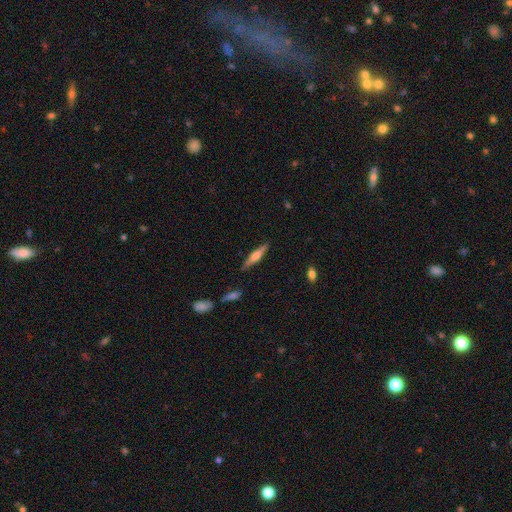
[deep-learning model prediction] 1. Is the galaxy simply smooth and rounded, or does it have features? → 60% featured or disk, 34% smooth, 6% star or artifact.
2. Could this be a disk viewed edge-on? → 97% yes, 3% no.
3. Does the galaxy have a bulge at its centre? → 82% rounded, 13% boxy, 5% none.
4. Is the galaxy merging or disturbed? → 87% none, 9% minor disturbance, 2% major disturbance, 2% merger.